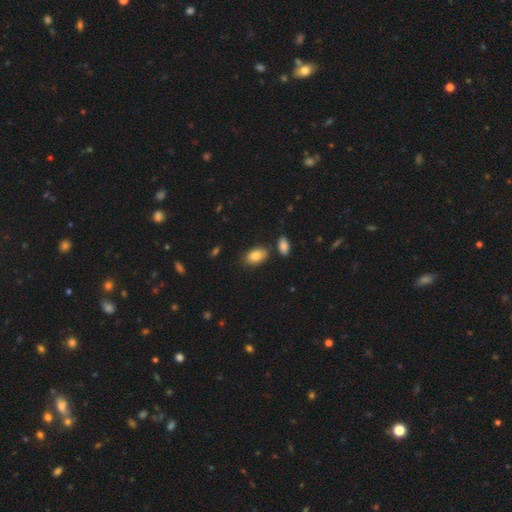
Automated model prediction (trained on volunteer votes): The model was most divided on "merging": none: 76%, minor disturbance: 14%, merger: 7%, major disturbance: 3%. More confident: how rounded — in between (91%); smooth or featured — smooth (85%).